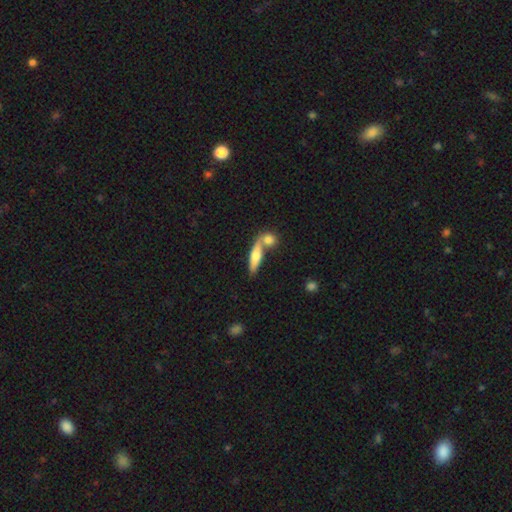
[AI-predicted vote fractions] Smooth or featured? Predicted: smooth (p=0.59). How rounded? Predicted: cigar-shaped (p=0.63). Merging? Predicted: none (p=0.47).